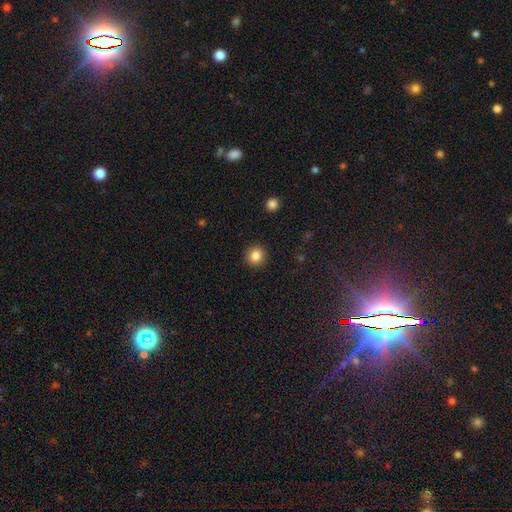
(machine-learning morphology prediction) Q: Smooth or featured?
A: smooth (85%); runner-up: star or artifact (10%)
Q: How rounded?
A: round (93%); runner-up: in between (6%)
Q: Merging?
A: none (92%); runner-up: minor disturbance (5%)